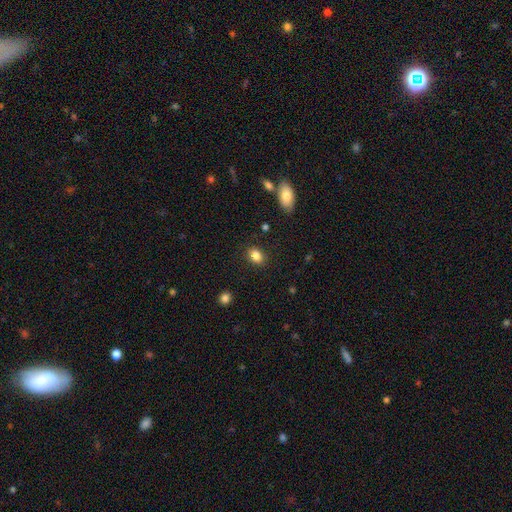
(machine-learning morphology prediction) A smooth galaxy with no disk features (85%) that is in between round and cigar-shaped (67%). Merging: none (85%).